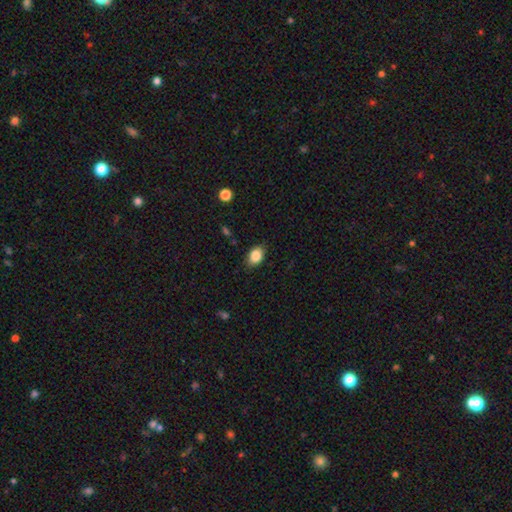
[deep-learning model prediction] smooth 86%, star or artifact 8%, featured or disk 6%. Down the decision tree: how rounded — in between (81%); merging — none (83%).